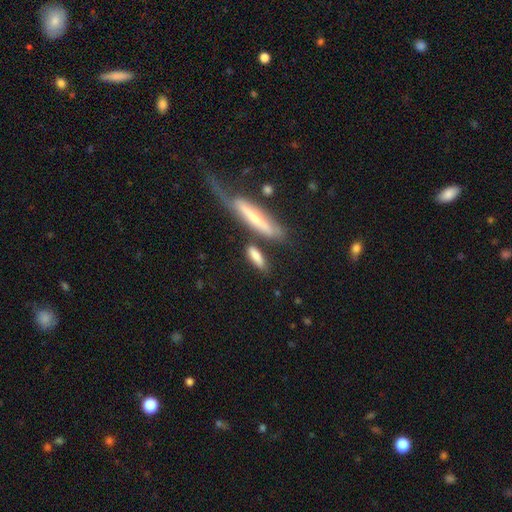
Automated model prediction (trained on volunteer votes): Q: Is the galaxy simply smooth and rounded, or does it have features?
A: smooth — 77%.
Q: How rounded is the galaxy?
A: cigar-shaped — 60%.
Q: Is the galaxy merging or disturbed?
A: none — 68%.